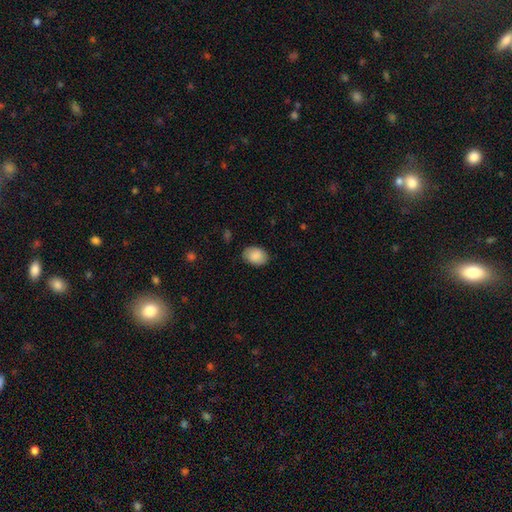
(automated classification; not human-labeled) Q: Smooth or featured?
A: smooth (87%); runner-up: star or artifact (7%)
Q: How rounded?
A: in between (74%); runner-up: round (25%)
Q: Merging?
A: none (81%); runner-up: minor disturbance (15%)